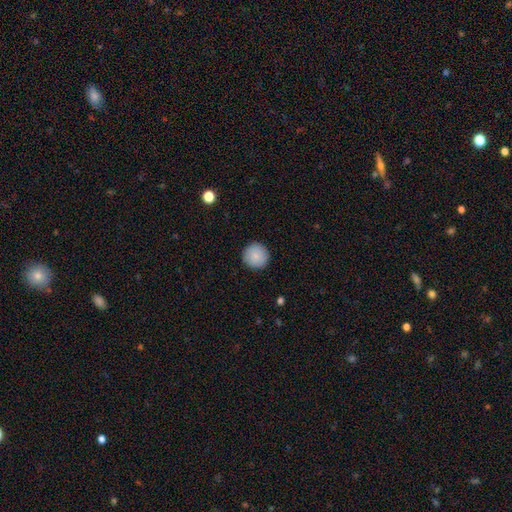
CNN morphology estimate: This appears to be a smooth galaxy with no disk features (87%) that is round (96%). Merging: none (91%).